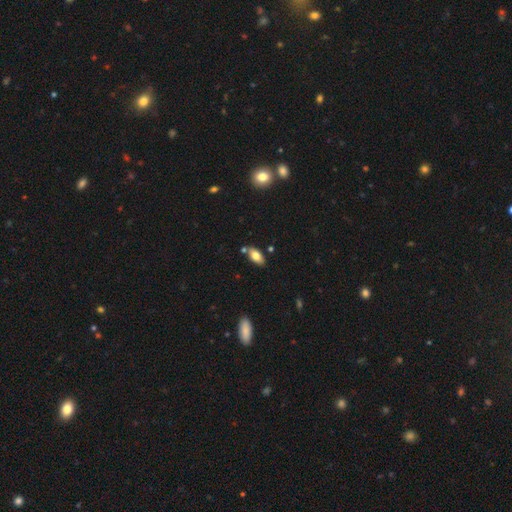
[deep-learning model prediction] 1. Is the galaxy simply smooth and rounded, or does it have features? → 77% smooth, 15% featured or disk, 8% star or artifact.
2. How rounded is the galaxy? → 91% in between, 5% cigar-shaped, 4% round.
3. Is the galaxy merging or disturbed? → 76% none, 13% minor disturbance, 9% merger, 3% major disturbance.